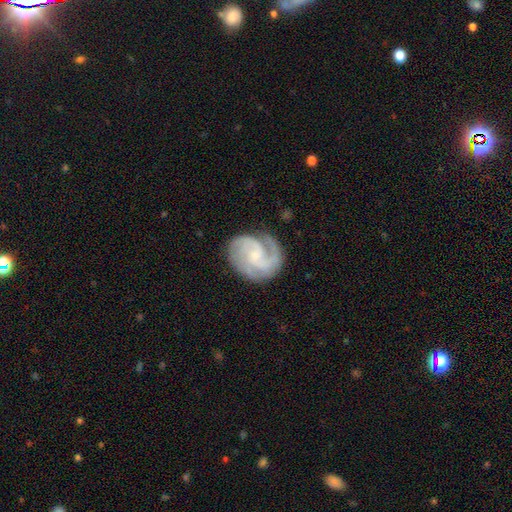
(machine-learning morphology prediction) smooth-or-featured: featured or disk: 89% | smooth: 7% | star or artifact: 4%
  disk-edge-on: no: 98% | yes: 2%
    bar: no: 57% | weak: 36% | strong: 7%
    has-spiral-arms: yes: 98% | no: 2%
      spiral-winding: medium: 47% | tight: 42% | loose: 11%
      spiral-arm-count: 2: 42% | 3: 35% | can't tell: 10% | 1: 5% | 4: 5% | more than 4: 4%
    bulge-size: small: 67% | moderate: 20% | none: 10% | large: 2% | dominant: 1%
  merging: none: 75% | minor disturbance: 16% | major disturbance: 7% | merger: 1%